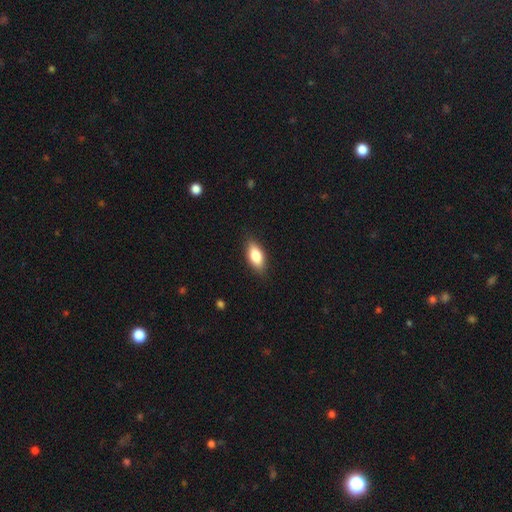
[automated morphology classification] Smooth or featured?
  - smooth: 80% *
  - featured or disk: 13%
  - star or artifact: 7%
How rounded?
  - in between: 86% *
  - cigar-shaped: 11%
  - round: 3%
Merging?
  - none: 86% *
  - minor disturbance: 11%
  - major disturbance: 2%
  - merger: 1%